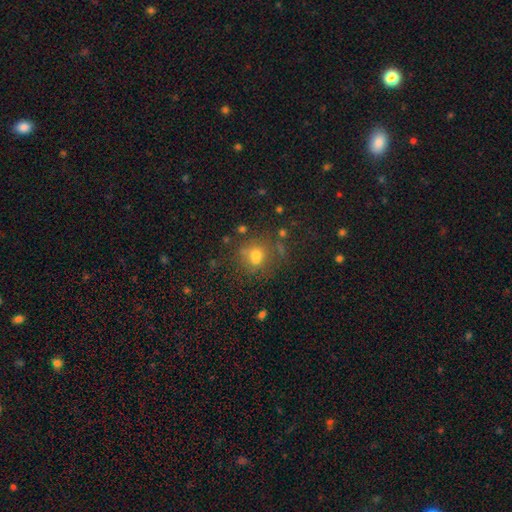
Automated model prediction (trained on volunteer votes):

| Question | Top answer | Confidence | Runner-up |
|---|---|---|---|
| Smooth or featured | smooth | 68% | star or artifact (19%) |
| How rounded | round | 78% | in between (21%) |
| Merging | none | 62% | minor disturbance (16%) |